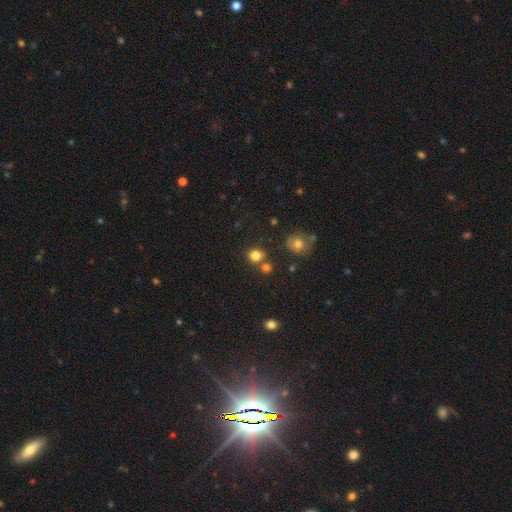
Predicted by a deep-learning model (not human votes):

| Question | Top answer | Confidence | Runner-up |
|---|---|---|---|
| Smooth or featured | smooth | 79% | star or artifact (15%) |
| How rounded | round | 81% | in between (18%) |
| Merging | none | 68% | merger (19%) |